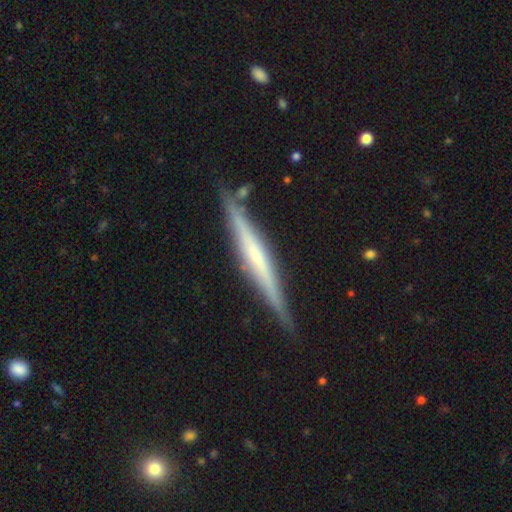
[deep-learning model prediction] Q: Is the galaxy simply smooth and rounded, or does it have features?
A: featured or disk — 68%.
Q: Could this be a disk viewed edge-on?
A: yes — 97%.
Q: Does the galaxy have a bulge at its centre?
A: none — 52%.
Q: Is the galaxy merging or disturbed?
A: none — 87%.